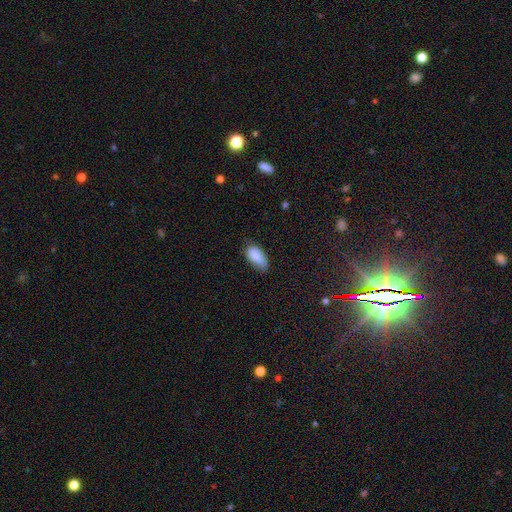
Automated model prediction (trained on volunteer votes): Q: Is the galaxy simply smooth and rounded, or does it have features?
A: smooth — 86%.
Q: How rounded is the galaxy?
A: in between — 93%.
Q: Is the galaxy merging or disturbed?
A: none — 55%.